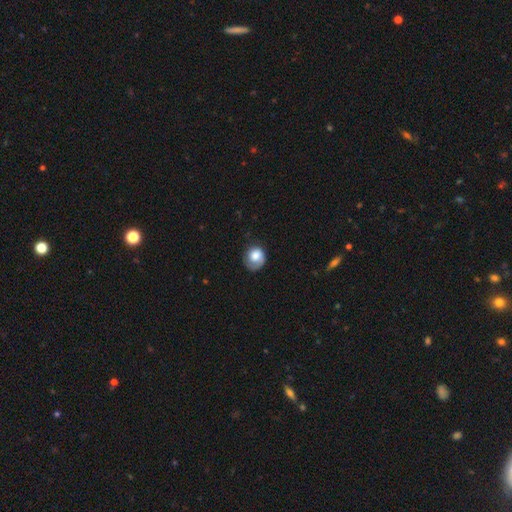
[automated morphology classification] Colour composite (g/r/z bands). It shows a smooth galaxy with no disk features (67%) that is round (77%). Merging: none (56%).